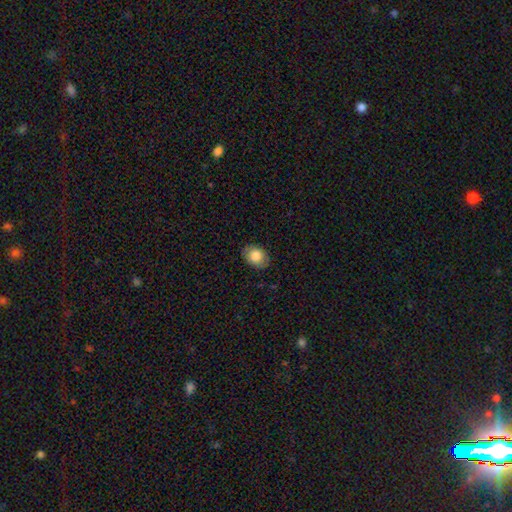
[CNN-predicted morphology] Smooth or featured? smooth (81%)
How rounded? in between (65%)
Merging? none (85%)